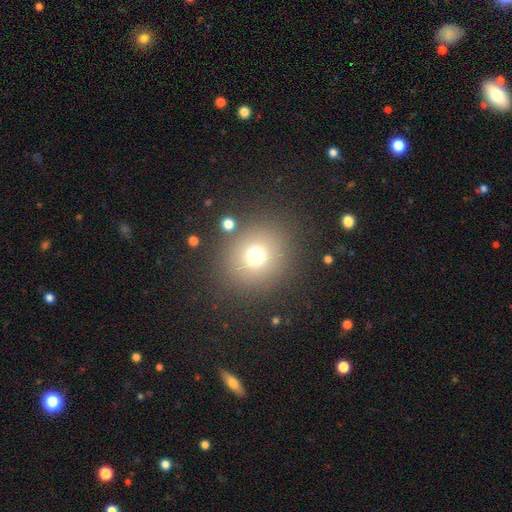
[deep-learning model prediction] This is likely a smooth galaxy (71%). How rounded: clearly round (88%). Merging: clearly none (84%).